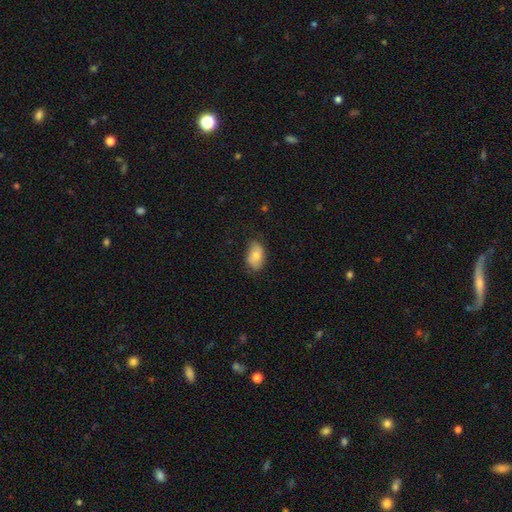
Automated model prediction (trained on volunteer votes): smooth 78%, featured or disk 15%, star or artifact 7%. Down the decision tree: how rounded — in between (89%); merging — none (69%).